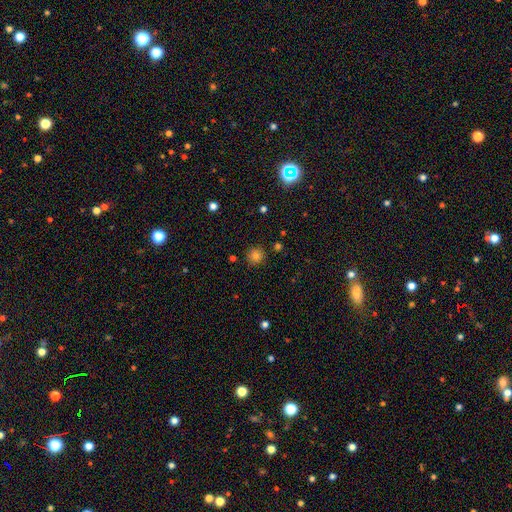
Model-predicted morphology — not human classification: This appears to be a smooth galaxy with no disk features (80%) that is round (94%). Merging: none (88%).